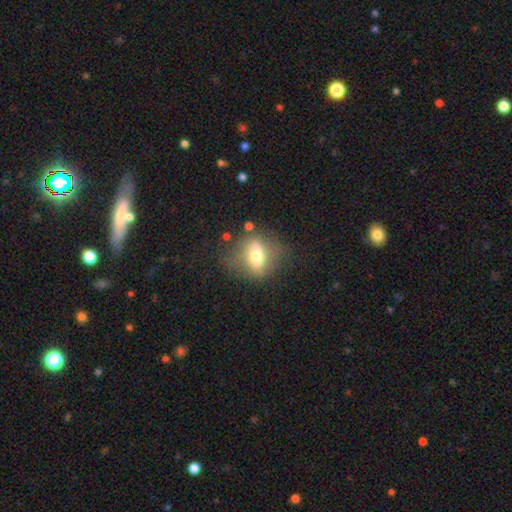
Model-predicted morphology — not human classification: This is possibly a smooth galaxy (53%). How rounded: likely in between (60%). Merging: likely none (62%).